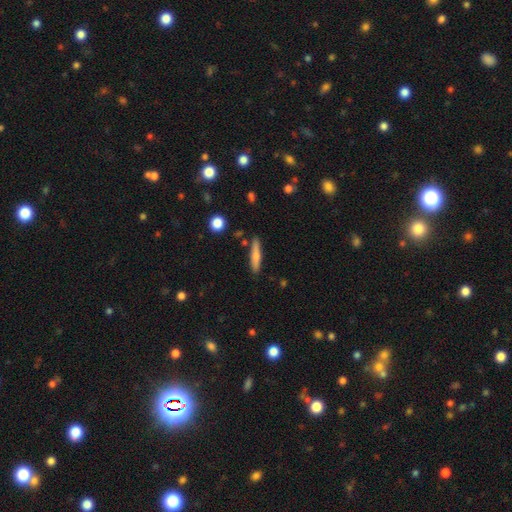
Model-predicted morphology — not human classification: Smooth or featured?
  - smooth: 66% *
  - featured or disk: 28%
  - star or artifact: 7%
How rounded?
  - cigar-shaped: 88% *
  - in between: 10%
  - round: 2%
Merging?
  - none: 85% *
  - minor disturbance: 10%
  - merger: 3%
  - major disturbance: 2%